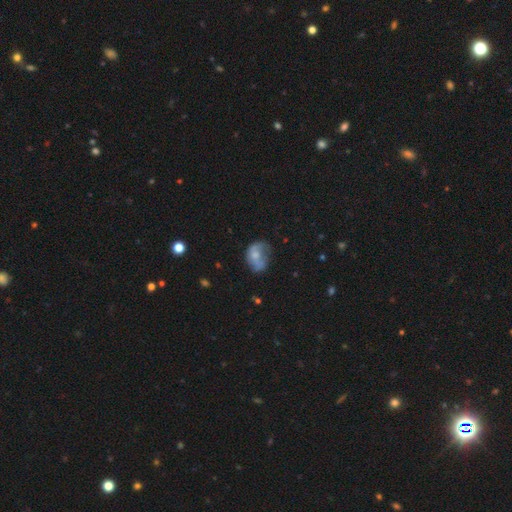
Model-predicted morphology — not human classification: Overall: smooth (50%; featured or disk 41%). Merging: major disturbance (33%; none 32%).